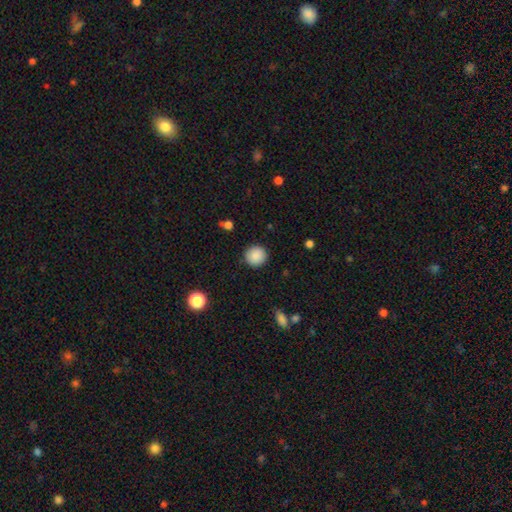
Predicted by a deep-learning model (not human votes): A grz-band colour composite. It shows a smooth galaxy with no disk features (88%) that is round (94%). Merging: none (91%).